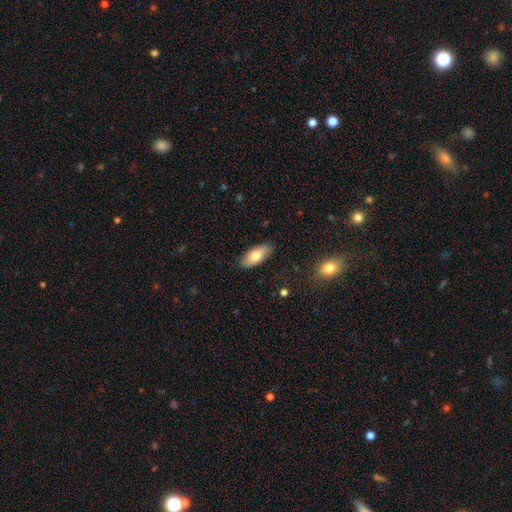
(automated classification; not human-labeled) smooth_or_featured: smooth (p=0.76) [alt: featured or disk p=0.18]
how_rounded: in between (p=0.83) [alt: cigar-shaped p=0.15]
merging: none (p=0.87) [alt: minor disturbance p=0.10]